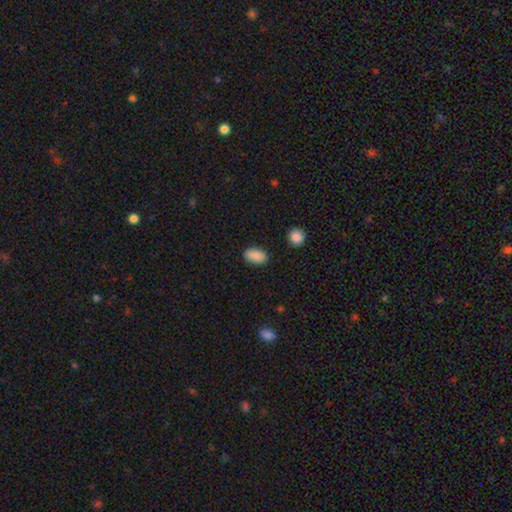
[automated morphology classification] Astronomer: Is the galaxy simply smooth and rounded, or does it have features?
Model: smooth — 88%.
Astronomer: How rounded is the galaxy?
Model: in between — 92%.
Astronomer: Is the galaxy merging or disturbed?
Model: none — 86%.